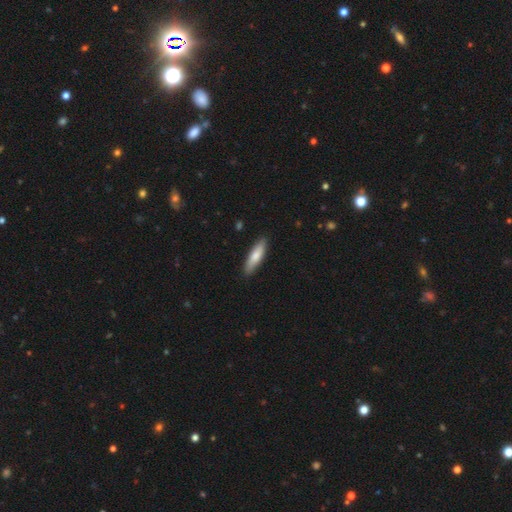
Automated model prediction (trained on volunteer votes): This is likely a smooth galaxy (76%). How rounded: likely cigar-shaped (67%). Merging: clearly none (88%).